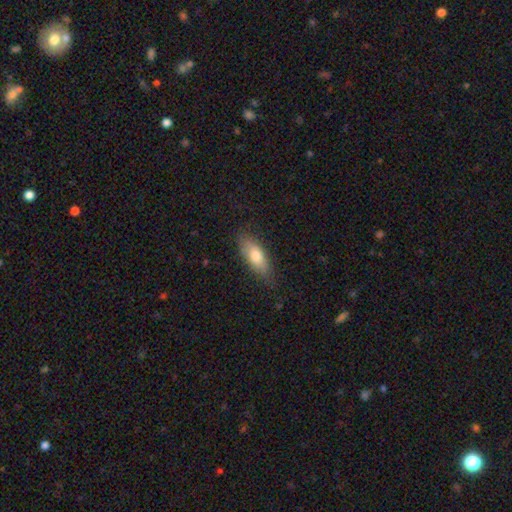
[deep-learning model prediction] Smooth or featured: smooth — 73% (featured or disk — 20%)
How rounded: in between — 70% (cigar-shaped — 27%)
Merging: none — 80% (minor disturbance — 16%)